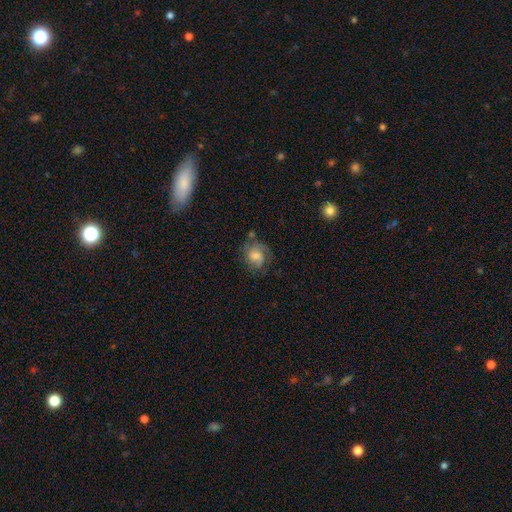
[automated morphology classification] Smooth or featured? featured or disk (59%)
Edge-on disk? no (97%)
Bar? no (66%)
Spiral arms? yes (90%)
Spiral winding? medium (42%)
Spiral arm count? 2 (44%)
Bulge size? moderate (46%)
Merging? none (63%)